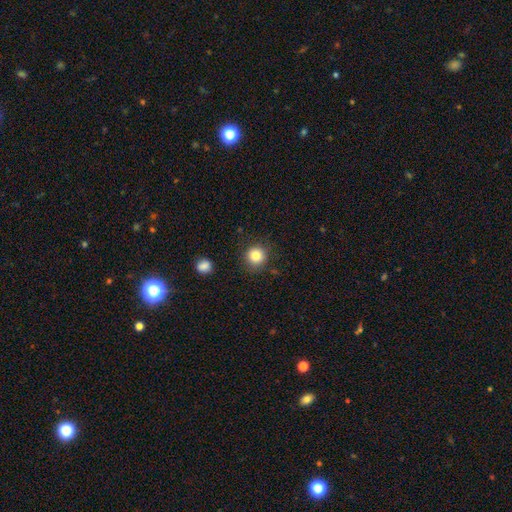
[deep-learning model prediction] smooth_or_featured: smooth (p=0.84) [alt: star or artifact p=0.11]
how_rounded: round (p=0.92) [alt: in between p=0.07]
merging: none (p=0.86) [alt: minor disturbance p=0.09]